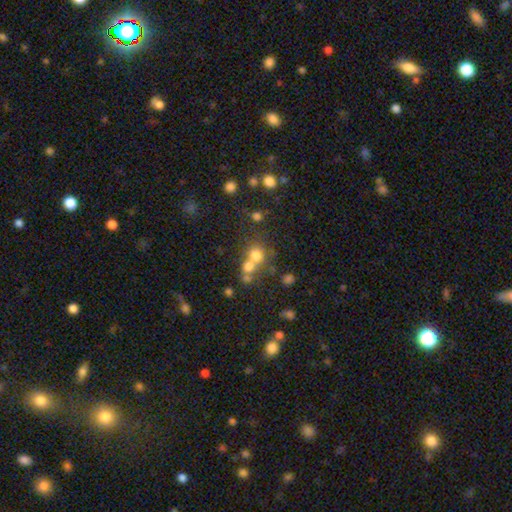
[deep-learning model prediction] Q: Smooth or featured?
A: smooth (68%); runner-up: star or artifact (17%)
Q: How rounded?
A: round (81%); runner-up: in between (18%)
Q: Merging?
A: merger (49%); runner-up: none (39%)